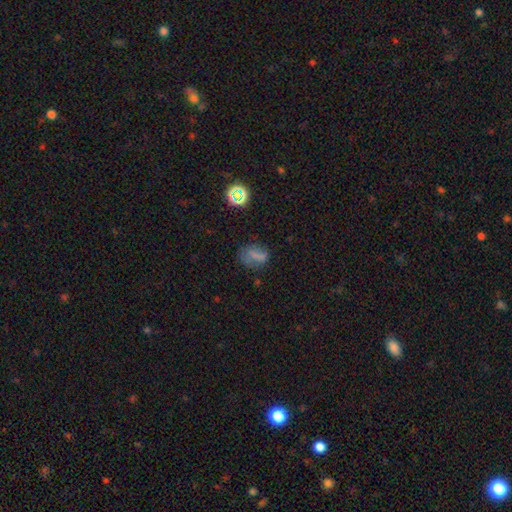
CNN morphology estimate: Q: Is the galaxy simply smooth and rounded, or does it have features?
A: smooth — 58%.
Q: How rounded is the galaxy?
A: in between — 64%.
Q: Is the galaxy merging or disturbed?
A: none — 50%.